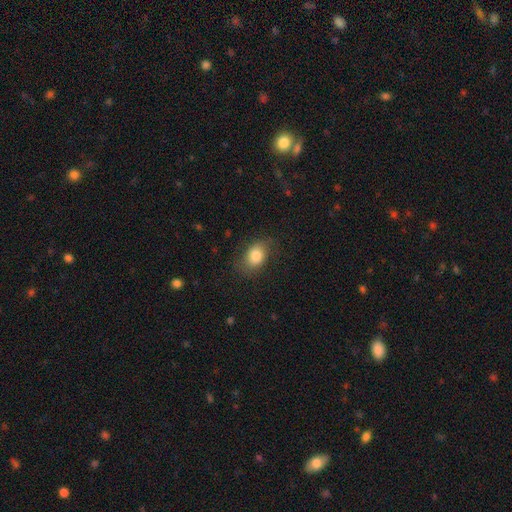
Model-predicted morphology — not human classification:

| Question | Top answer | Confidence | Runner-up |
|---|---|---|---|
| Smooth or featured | smooth | 79% | featured or disk (13%) |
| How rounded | in between | 74% | round (25%) |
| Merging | none | 73% | minor disturbance (19%) |